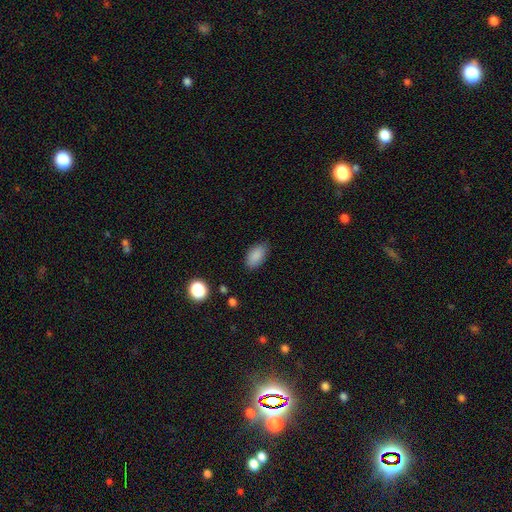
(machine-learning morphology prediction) A smooth galaxy with no disk features (87%) that is in between round and cigar-shaped (93%). Merging: none (82%).